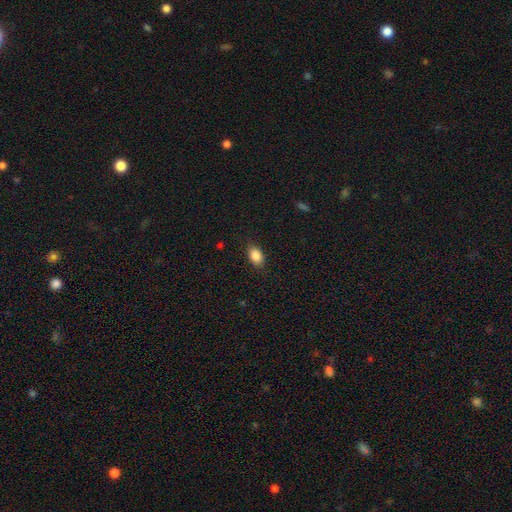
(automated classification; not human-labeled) This appears to be a smooth galaxy with no disk features (86%) that is in between round and cigar-shaped (84%). Merging: none (87%).